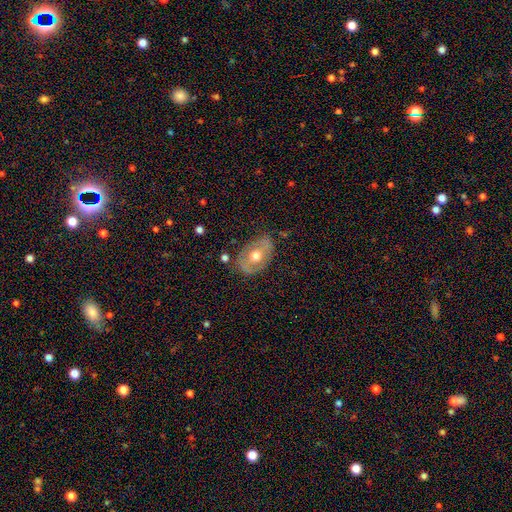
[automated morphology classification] featured or disk 54%, smooth 40%, star or artifact 7%. Down the decision tree: edge-on disk — no (90%); merging — none (75%).